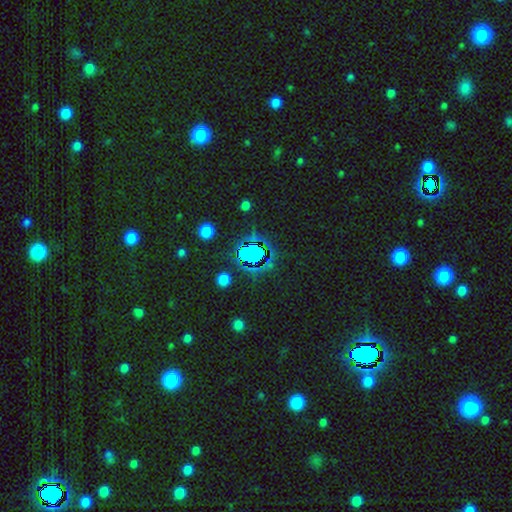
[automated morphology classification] smooth_or_featured: star or artifact (p=0.68) [alt: smooth p=0.21]